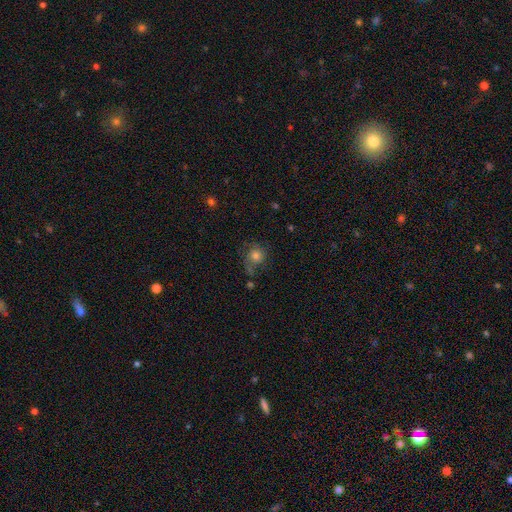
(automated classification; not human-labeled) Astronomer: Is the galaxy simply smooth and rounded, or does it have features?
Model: smooth — 61%.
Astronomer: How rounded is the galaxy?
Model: round — 85%.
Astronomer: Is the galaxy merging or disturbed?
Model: none — 57%.